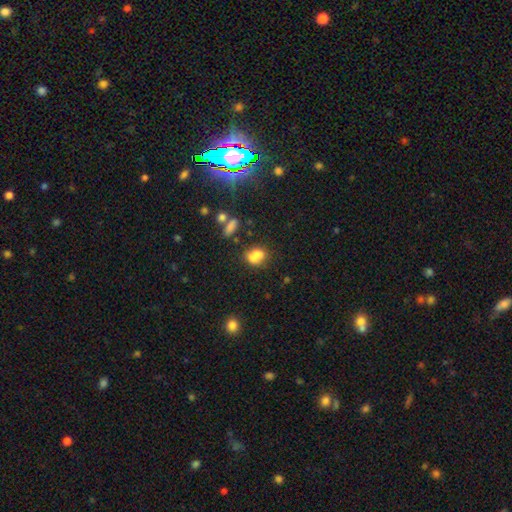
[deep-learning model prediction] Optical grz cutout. It shows a smooth galaxy with no disk features (74%) that is in between round and cigar-shaped (60%). Merging: merger (41%).